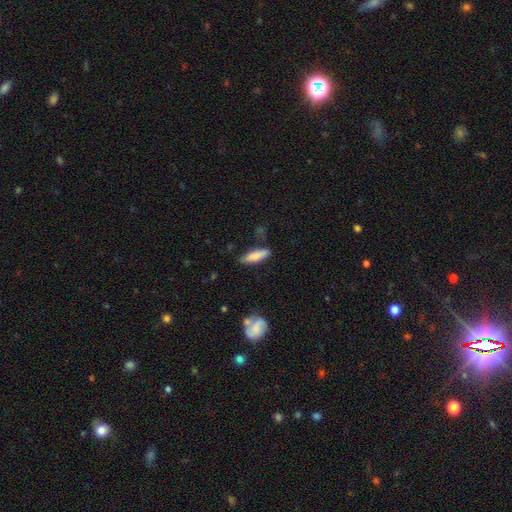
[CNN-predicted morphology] Smooth or featured? smooth (78%)
How rounded? cigar-shaped (62%)
Merging? none (77%)